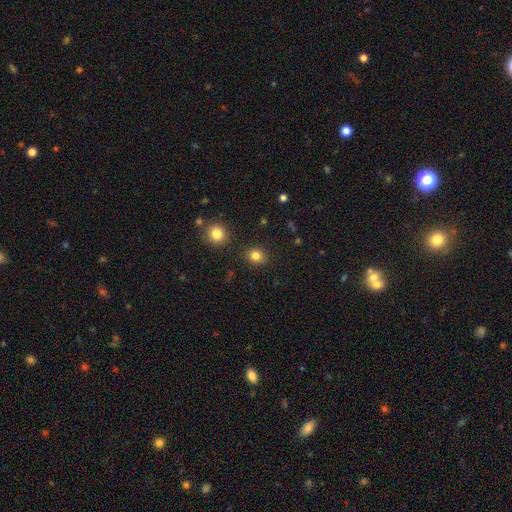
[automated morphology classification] Smooth or featured? smooth (83%)
How rounded? round (69%)
Merging? none (86%)